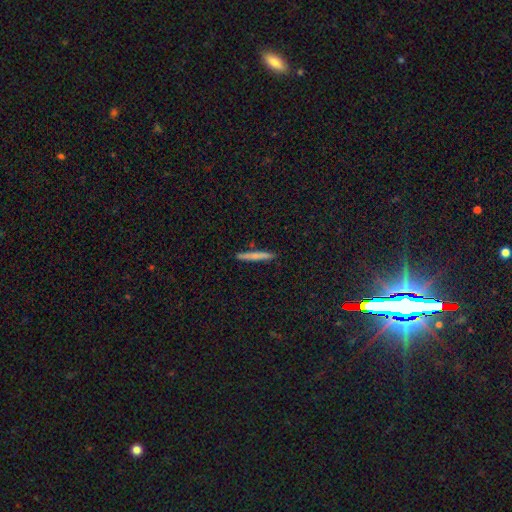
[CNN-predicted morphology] This is likely a smooth galaxy (69%). How rounded: clearly cigar-shaped (96%). Merging: clearly none (90%).